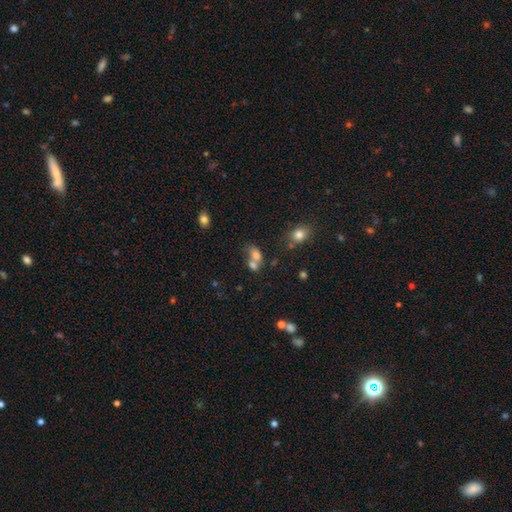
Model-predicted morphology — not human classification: This appears to be a smooth galaxy with no disk features (73%) that is in between round and cigar-shaped (73%). Merging: merger (58%).